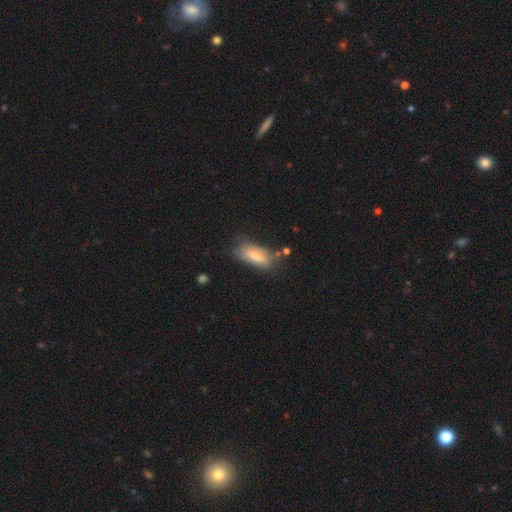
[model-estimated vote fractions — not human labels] smooth_or_featured: smooth (p=0.74) [alt: featured or disk p=0.18]
how_rounded: in between (p=0.71) [alt: cigar-shaped p=0.27]
merging: none (p=0.66) [alt: minor disturbance p=0.22]